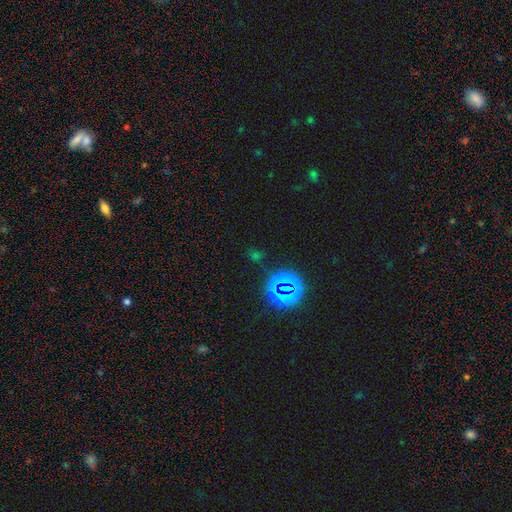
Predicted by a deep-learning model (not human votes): Q: Smooth or featured?
A: star or artifact (65%); runner-up: smooth (28%)